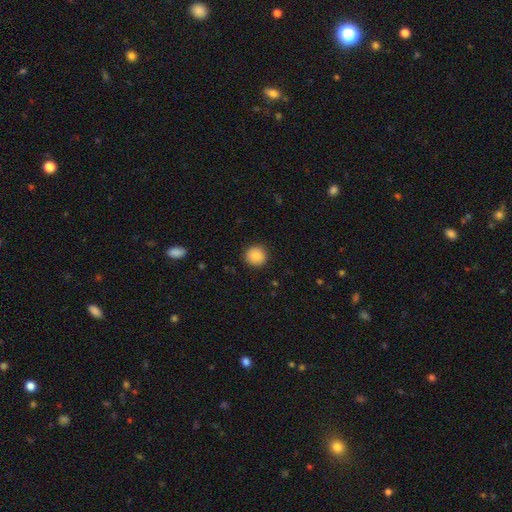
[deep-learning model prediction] smooth-or-featured: smooth: 86% | star or artifact: 9% | featured or disk: 5%
  how-rounded: round: 92% | in between: 7% | cigar-shaped: 1%
  merging: none: 90% | minor disturbance: 7% | major disturbance: 2% | merger: 1%